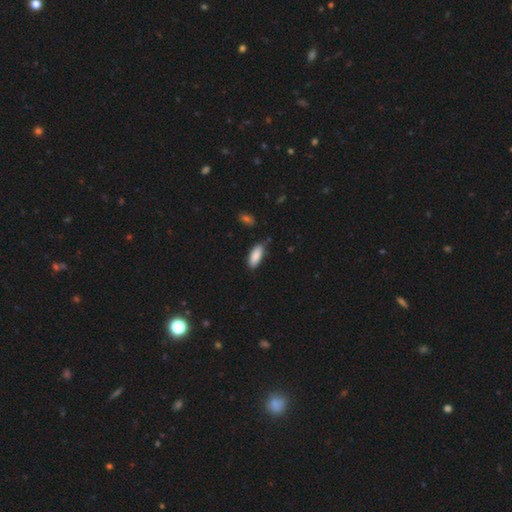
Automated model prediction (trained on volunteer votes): Overall: smooth (88%). How rounded: in between (78%). Merging: none (75%).